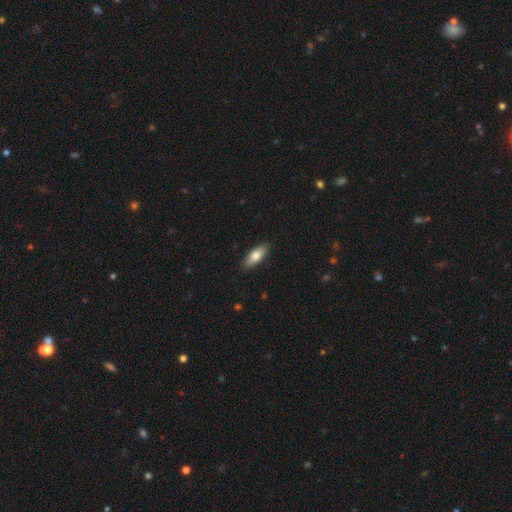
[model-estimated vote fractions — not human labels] smooth_or_featured: smooth (p=0.75) [alt: featured or disk p=0.19]
how_rounded: in between (p=0.67) [alt: cigar-shaped p=0.31]
merging: none (p=0.89) [alt: minor disturbance p=0.09]